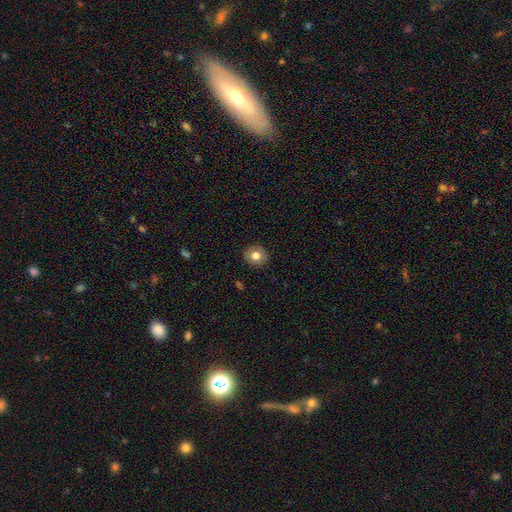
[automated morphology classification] This is likely a smooth galaxy (78%). How rounded: clearly round (82%). Merging: clearly none (89%).